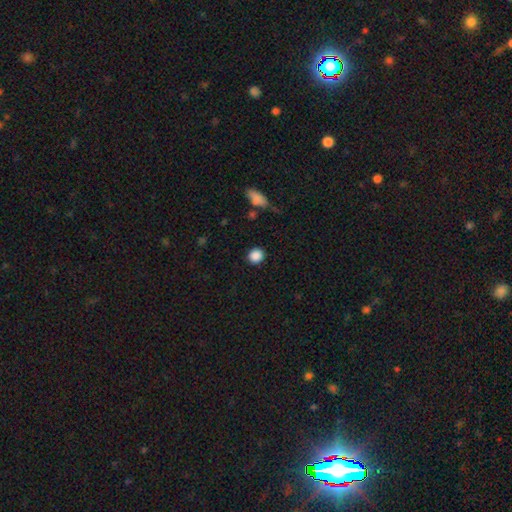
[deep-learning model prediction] Morphology: type=smooth (88%); roundness=round (85%); merging=none (89%).